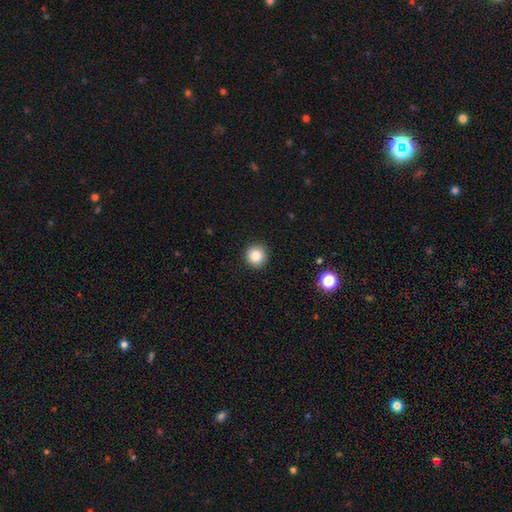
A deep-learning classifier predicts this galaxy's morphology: Smooth or featured? Predicted: smooth (p=0.85). How rounded? Predicted: round (p=0.94). Merging? Predicted: none (p=0.91).